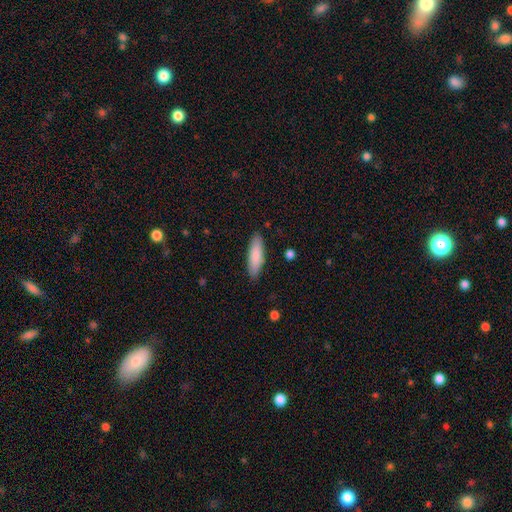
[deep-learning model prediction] Overall: smooth (84%). How rounded: cigar-shaped (60%; in between 39%). Merging: none (87%).